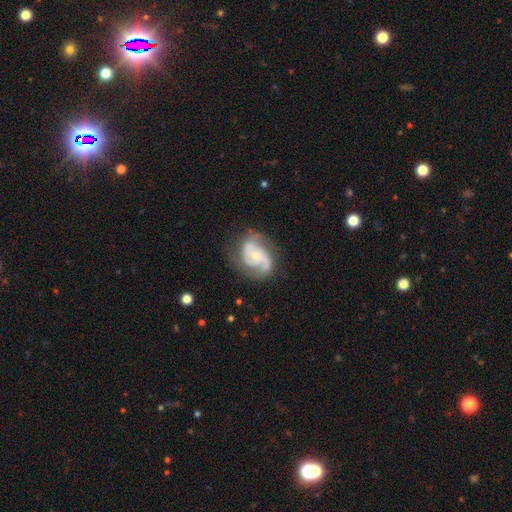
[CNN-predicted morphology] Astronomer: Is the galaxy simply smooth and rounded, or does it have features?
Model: featured or disk — 85%.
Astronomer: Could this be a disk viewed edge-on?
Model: no — 98%.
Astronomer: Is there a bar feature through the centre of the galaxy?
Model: no — 63%.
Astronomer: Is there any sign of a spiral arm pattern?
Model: yes — 96%.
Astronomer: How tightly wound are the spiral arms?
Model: medium — 51% (runner-up: tight, 31%).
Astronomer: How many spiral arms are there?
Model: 2 — 73%.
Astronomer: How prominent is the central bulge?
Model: small — 52% (runner-up: moderate, 43%).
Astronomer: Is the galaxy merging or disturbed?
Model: none — 67%.